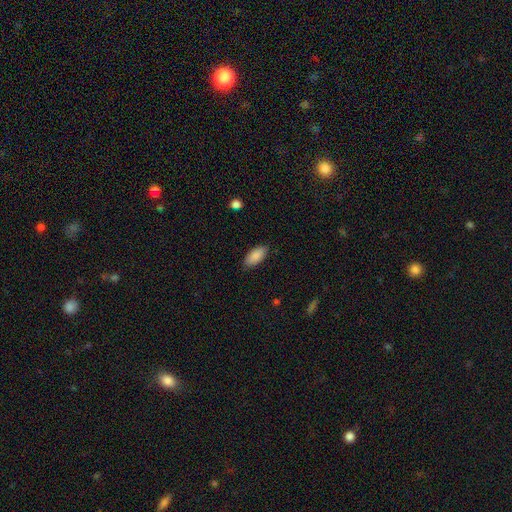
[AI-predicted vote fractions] Smooth or featured? Predicted: smooth (p=0.89). How rounded? Predicted: in between (p=0.91). Merging? Predicted: none (p=0.86).